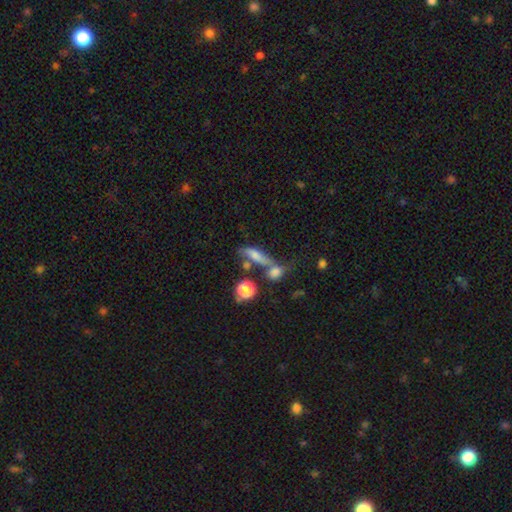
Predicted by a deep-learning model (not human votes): Morphology: type=smooth (58%); roundness=cigar-shaped (52%); merging=none (39%).